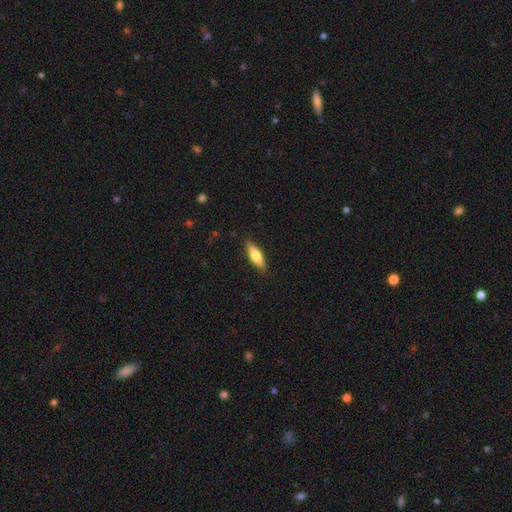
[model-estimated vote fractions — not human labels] A smooth galaxy with no disk features (52%) that is cigar-shaped (62%). Merging: none (89%).